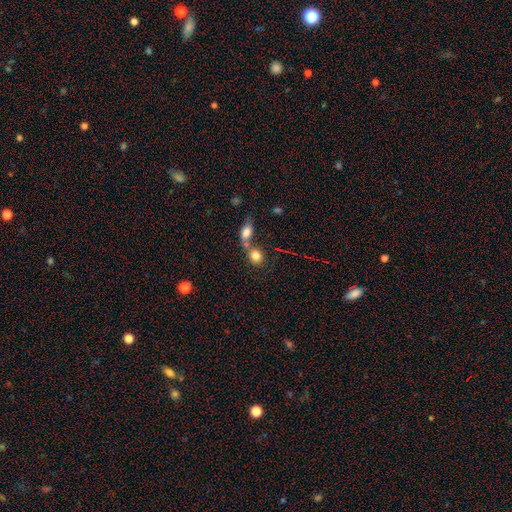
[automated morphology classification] type=smooth (81%); roundness=round (67%); merging=merger (48%).